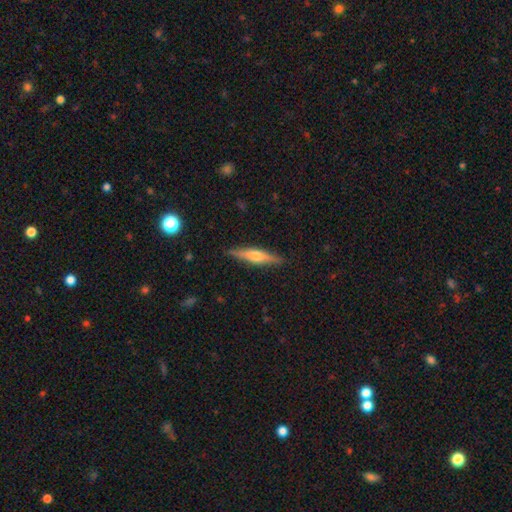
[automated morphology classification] A featured or disk galaxy (63%) viewed edge-on (96%) with a rounded central bulge (86%).

Vote fractions:
- Smooth or featured? featured or disk: 63% / smooth: 31% / star or artifact: 7%
- Edge-on disk? yes: 96% / no: 4%
- Edge-on bulge? rounded: 86% / boxy: 8% / none: 6%
- Merging? none: 89% / minor disturbance: 8% / major disturbance: 2% / merger: 1%